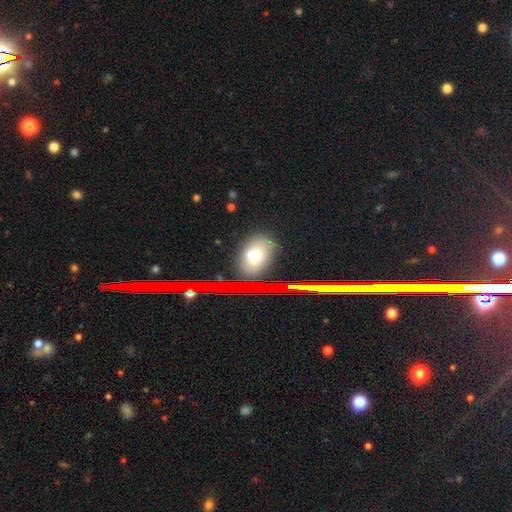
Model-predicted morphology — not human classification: Smooth or featured: smooth — 62% (star or artifact — 21%)
How rounded: in between — 71% (round — 26%)
Merging: none — 71% (minor disturbance — 15%)